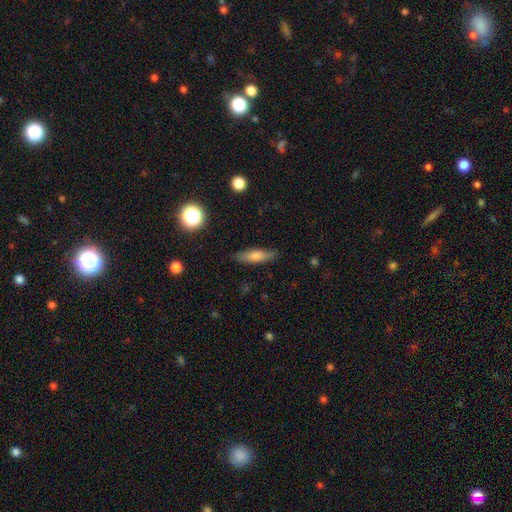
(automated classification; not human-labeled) smooth-or-featured: smooth: 69% | featured or disk: 23% | star or artifact: 8%
  how-rounded: cigar-shaped: 62% | in between: 35% | round: 3%
  merging: none: 84% | minor disturbance: 12% | major disturbance: 3% | merger: 1%